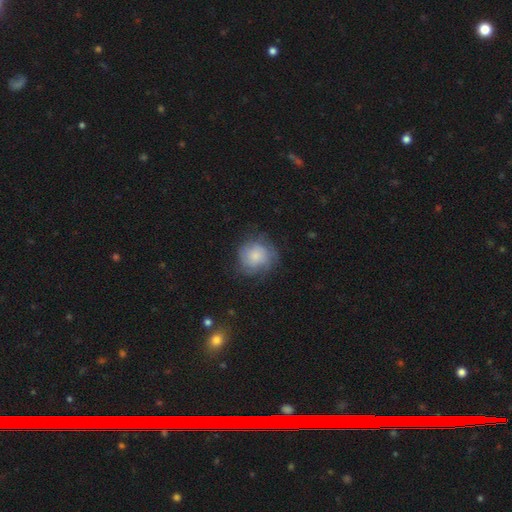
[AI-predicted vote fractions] A smooth galaxy with no disk features (53%) that is round (86%).

Vote fractions:
- Smooth or featured? smooth: 53% / featured or disk: 39% / star or artifact: 9%
- How rounded? round: 86% / in between: 13% / cigar-shaped: 1%
- Merging? none: 67% / minor disturbance: 21% / major disturbance: 11% / merger: 1%